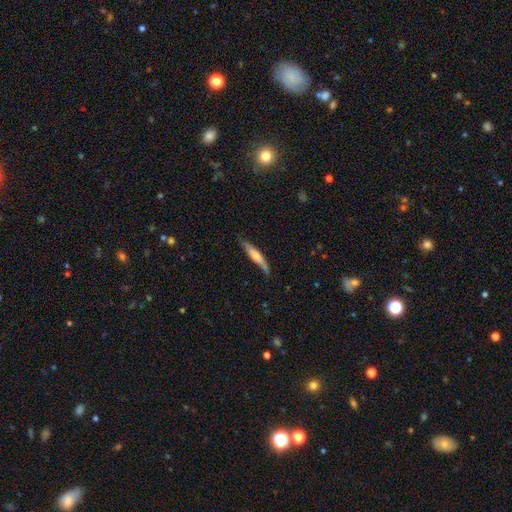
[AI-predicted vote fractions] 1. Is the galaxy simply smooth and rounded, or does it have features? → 49% featured or disk, 45% smooth, 6% star or artifact.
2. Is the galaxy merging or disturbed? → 79% none, 17% minor disturbance, 3% major disturbance, 1% merger.